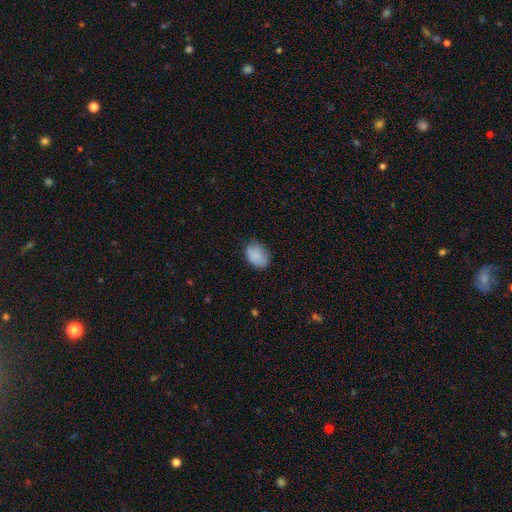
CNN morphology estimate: A smooth galaxy with no disk features (86%) that is in between round and cigar-shaped (79%). Merging: none (73%).